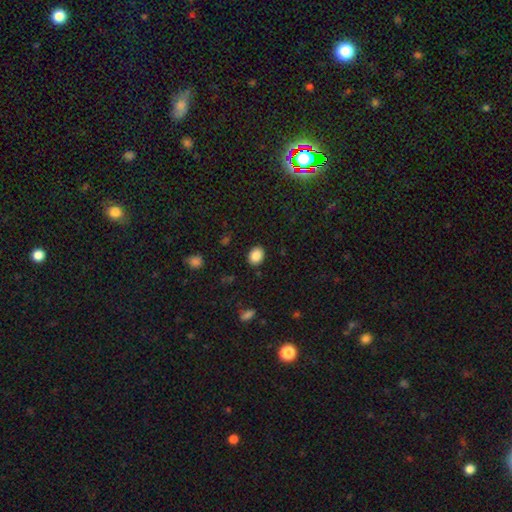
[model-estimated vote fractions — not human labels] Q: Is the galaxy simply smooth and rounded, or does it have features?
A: smooth — 87%.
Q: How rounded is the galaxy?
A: in between — 53%.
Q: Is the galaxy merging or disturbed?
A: none — 89%.